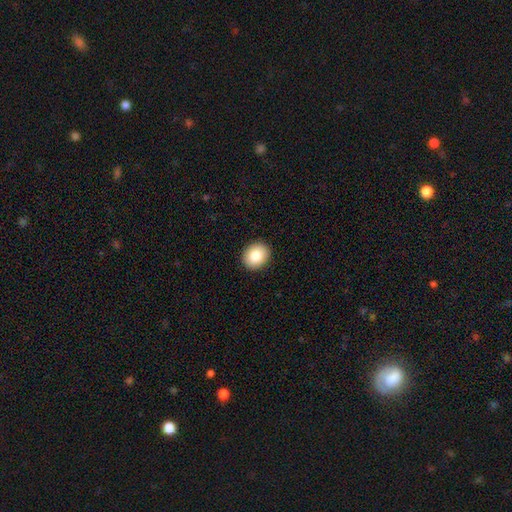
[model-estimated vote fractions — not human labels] Overall: smooth (84%). How rounded: round (65%; in between 34%). Merging: none (92%).